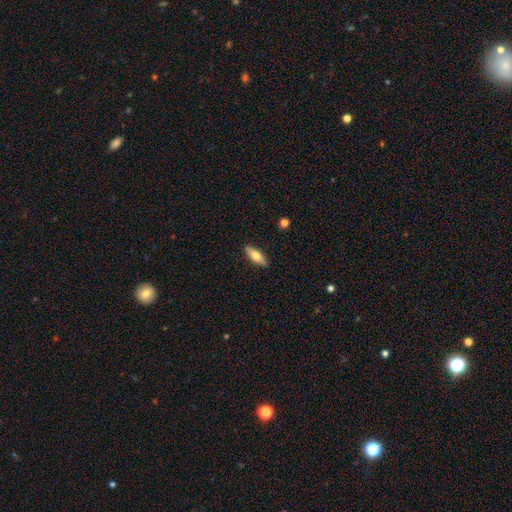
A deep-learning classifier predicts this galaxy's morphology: This is likely a smooth galaxy (62%). How rounded: possibly in between (59%). Merging: clearly none (89%).